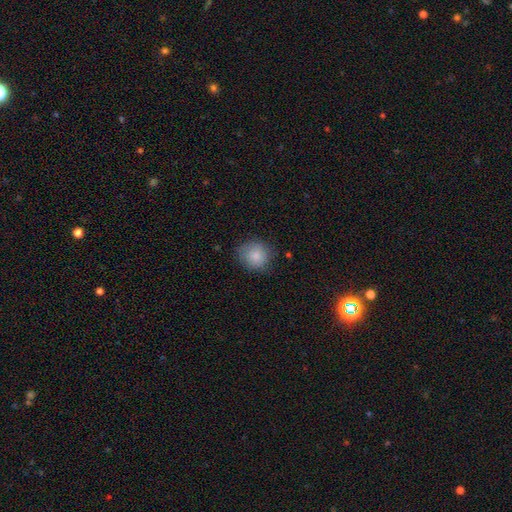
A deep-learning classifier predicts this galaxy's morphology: smooth 82%, featured or disk 10%, star or artifact 8%. Down the decision tree: how rounded — round (83%); merging — none (74%).